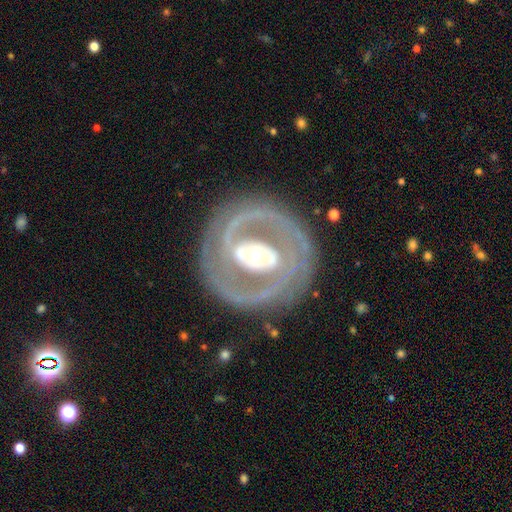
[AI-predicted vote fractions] This appears to be a featured or disk galaxy (86%) with no bar (41%), 2 (68%) tight (60%) spiral arms (84%) and a moderate central bulge (62%). Merging: none (79%).